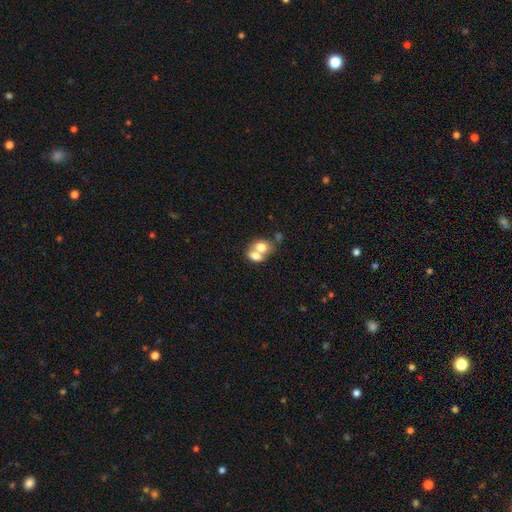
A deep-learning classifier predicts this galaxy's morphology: This is likely a smooth galaxy (71%). How rounded: likely in between (63%). Merging: likely merger (69%).